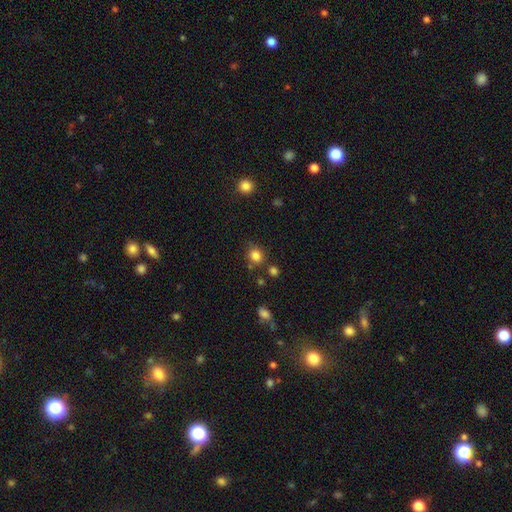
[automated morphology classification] Overall: smooth (83%). How rounded: round (70%). Merging: none (72%).